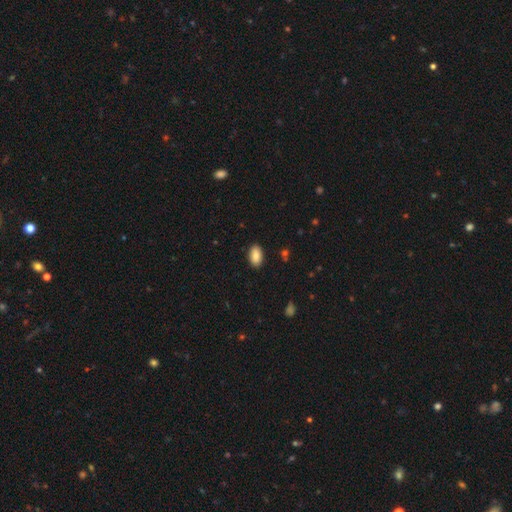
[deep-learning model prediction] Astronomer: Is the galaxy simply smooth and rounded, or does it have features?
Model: smooth — 89%.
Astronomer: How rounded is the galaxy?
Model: in between — 94%.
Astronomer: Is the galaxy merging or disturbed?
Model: none — 89%.